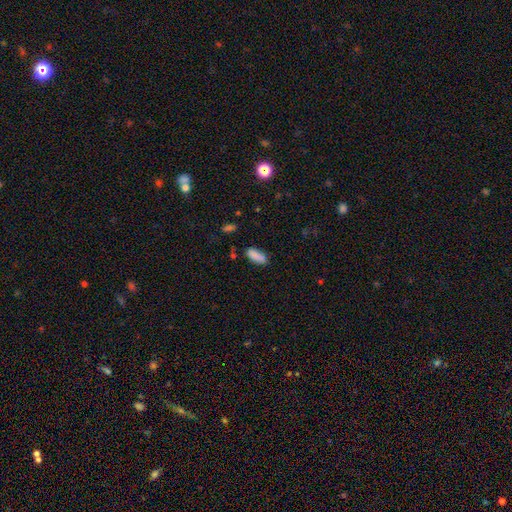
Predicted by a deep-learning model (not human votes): Smooth or featured? smooth (83%)
How rounded? in between (76%)
Merging? none (66%)